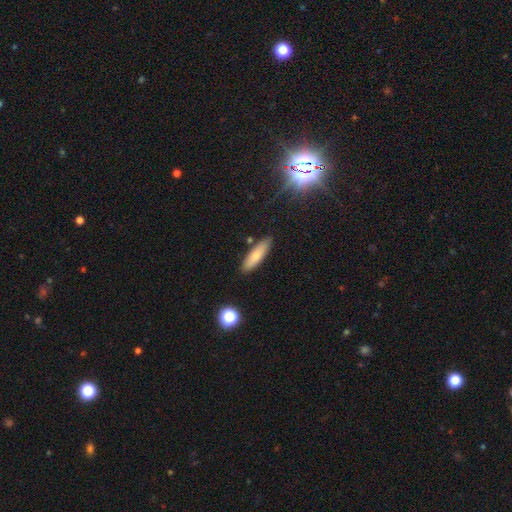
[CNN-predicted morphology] Smooth or featured: smooth — 71% (featured or disk — 21%)
How rounded: cigar-shaped — 62% (in between — 36%)
Merging: none — 85% (minor disturbance — 10%)